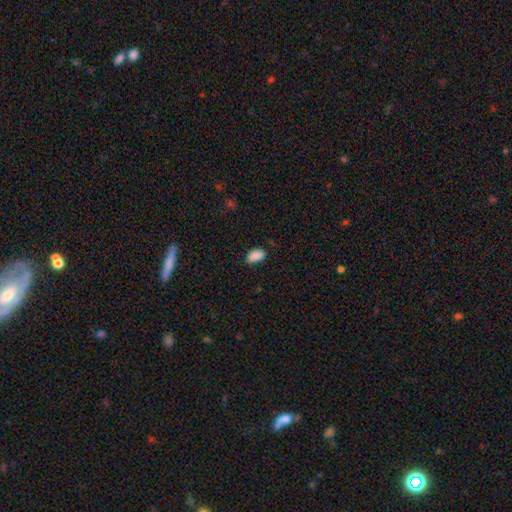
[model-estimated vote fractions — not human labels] A smooth galaxy with no disk features (89%) that is in between round and cigar-shaped (93%).

Vote fractions:
- Smooth or featured? smooth: 89% / star or artifact: 8% / featured or disk: 3%
- How rounded? in between: 93% / round: 5% / cigar-shaped: 2%
- Merging? none: 79% / minor disturbance: 16% / major disturbance: 3% / merger: 1%